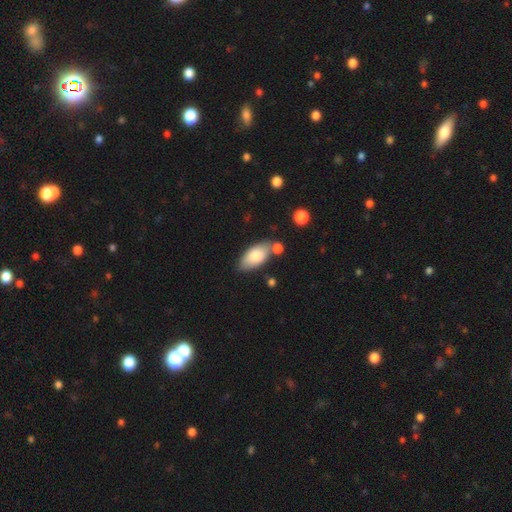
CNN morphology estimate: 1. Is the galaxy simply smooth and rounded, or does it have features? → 80% smooth, 13% featured or disk, 6% star or artifact.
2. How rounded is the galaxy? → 91% in between, 6% cigar-shaped, 2% round.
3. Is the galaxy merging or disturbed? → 65% none, 16% minor disturbance, 15% merger, 4% major disturbance.